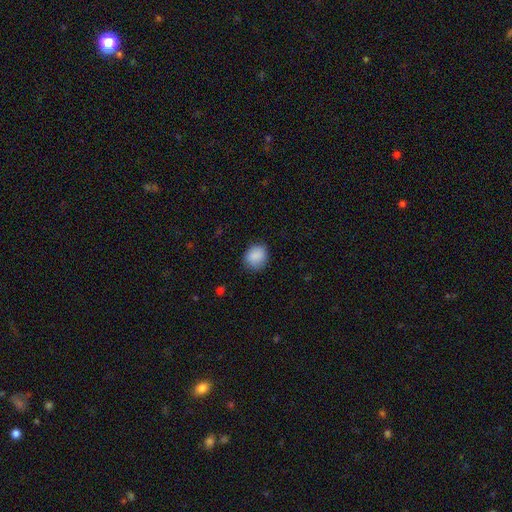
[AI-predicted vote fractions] The model was most divided on "how rounded": round: 68%, in between: 31%, cigar-shaped: 1%. More confident: smooth or featured — smooth (88%); merging — none (79%).